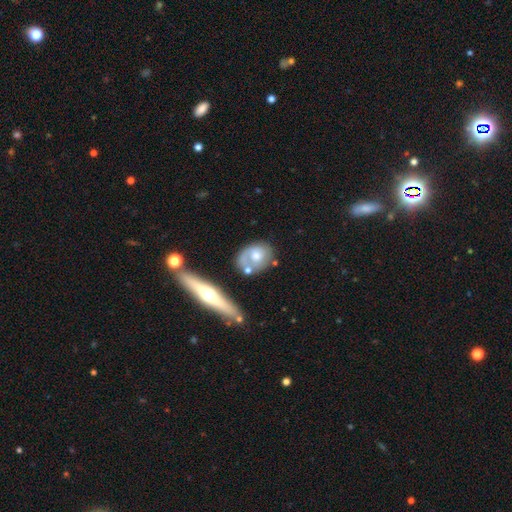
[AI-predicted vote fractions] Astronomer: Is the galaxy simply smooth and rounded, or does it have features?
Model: featured or disk — 47% (runner-up: smooth, 46%).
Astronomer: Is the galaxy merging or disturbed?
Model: none — 47% (runner-up: minor disturbance, 23%).